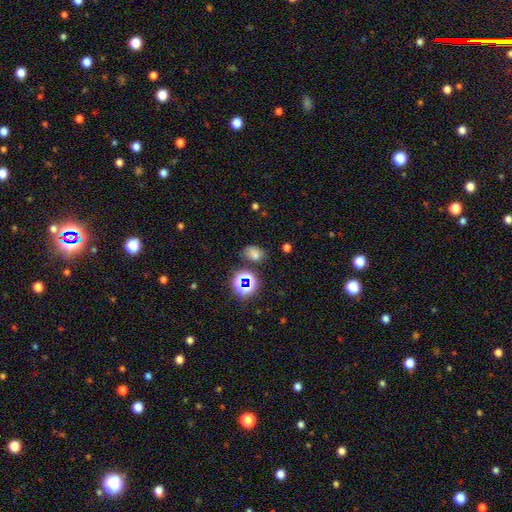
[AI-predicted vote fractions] Smooth or featured?
  - smooth: 60% *
  - star or artifact: 32%
  - featured or disk: 8%
How rounded?
  - in between: 66% *
  - round: 32%
  - cigar-shaped: 1%
Merging?
  - none: 76% *
  - minor disturbance: 14%
  - merger: 5%
  - major disturbance: 5%